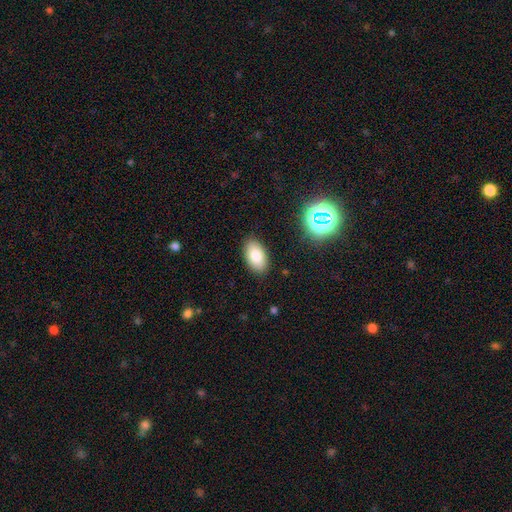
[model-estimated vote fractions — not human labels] Morphology: type=smooth (82%); roundness=in between (94%); merging=none (87%).